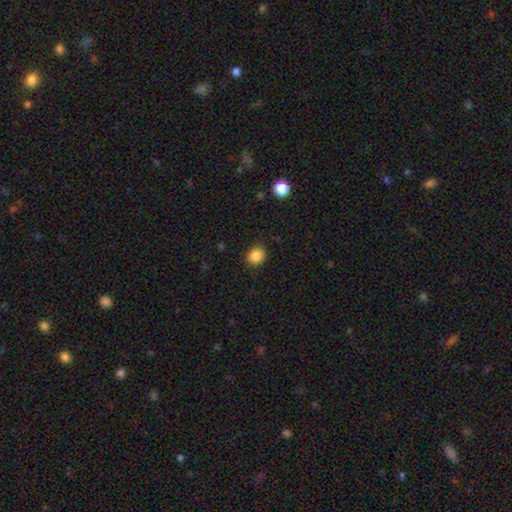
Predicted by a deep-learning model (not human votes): Morphology: type=smooth (87%); roundness=round (78%); merging=none (89%).